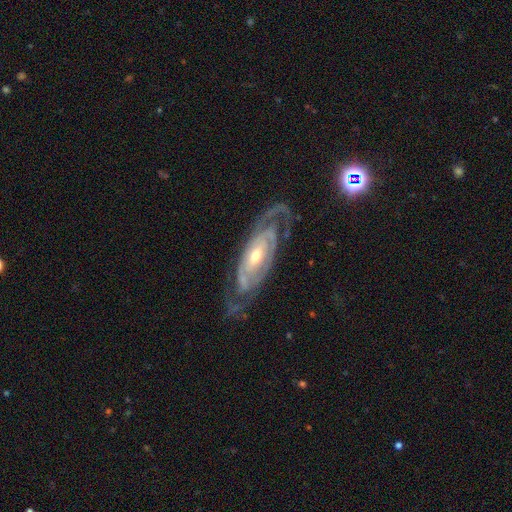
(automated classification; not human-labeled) This is clearly a featured or disk galaxy (88%). It is clearly not viewed edge-on (90%). Bar: possibly no (59%). Spiral arm pattern: clearly yes (93%). Spiral arm count: possibly 2 (46%). Spiral winding: likely tight (62%). Central bulge: possibly moderate (52%). Merging: likely none (71%).